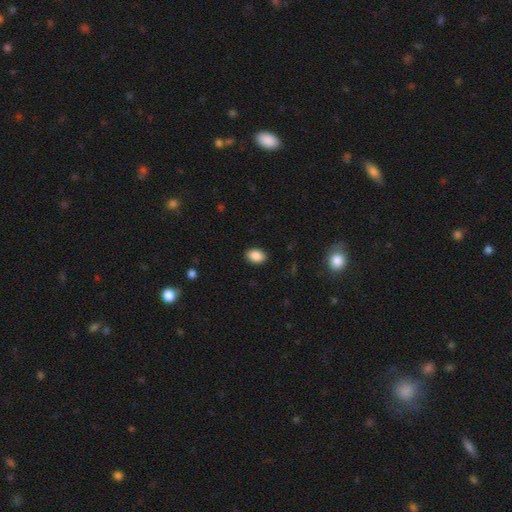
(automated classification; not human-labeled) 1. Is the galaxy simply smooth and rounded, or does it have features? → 88% smooth, 8% star or artifact, 4% featured or disk.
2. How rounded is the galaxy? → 83% in between, 16% round, 1% cigar-shaped.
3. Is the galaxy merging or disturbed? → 90% none, 8% minor disturbance, 2% major disturbance, 1% merger.